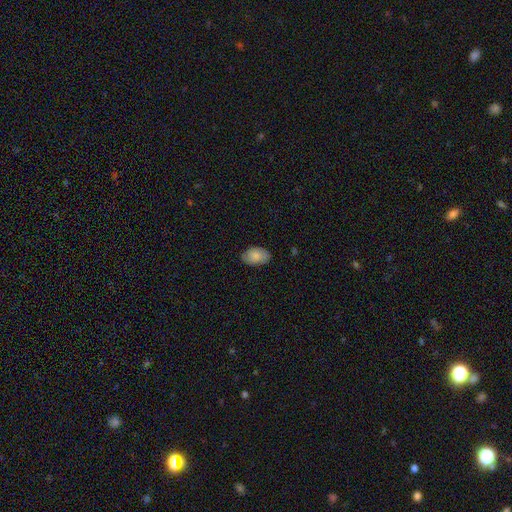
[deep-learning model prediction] The model was most divided on "merging": none: 82%, minor disturbance: 14%, major disturbance: 3%, merger: 1%. More confident: how rounded — in between (90%); smooth or featured — smooth (82%).